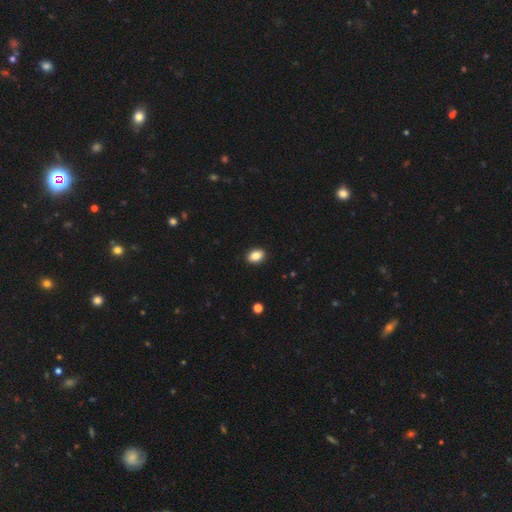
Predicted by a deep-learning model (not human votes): Overall: smooth (87%). How rounded: in between (78%). Merging: none (91%).